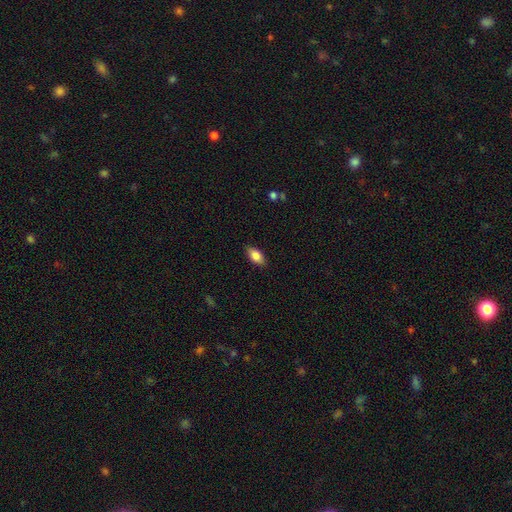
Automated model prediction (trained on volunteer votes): Overall: smooth (83%). How rounded: in between (89%). Merging: none (86%).